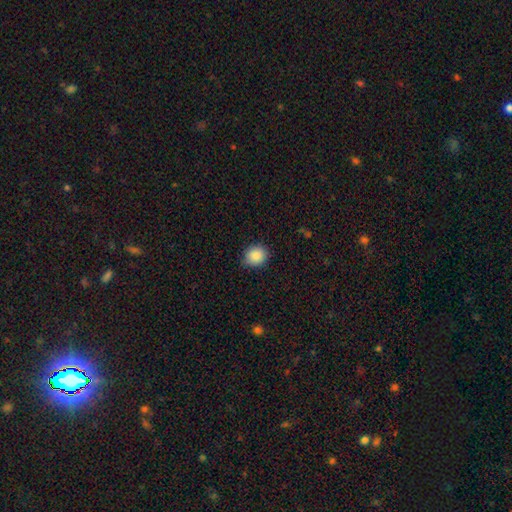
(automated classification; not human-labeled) This appears to be a smooth galaxy with no disk features (88%) that is round (69%). Merging: none (80%).